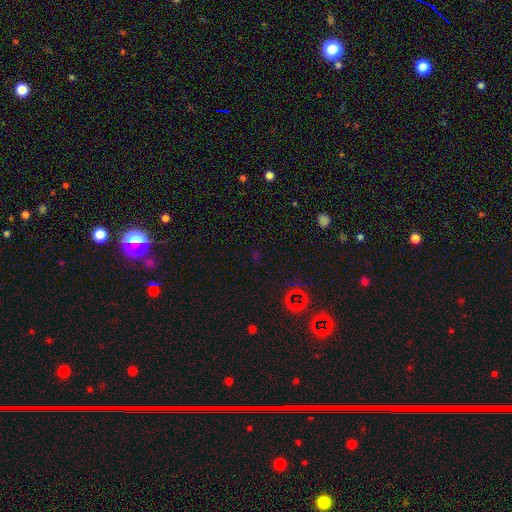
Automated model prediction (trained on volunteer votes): Morphology: type=star or artifact (69%).